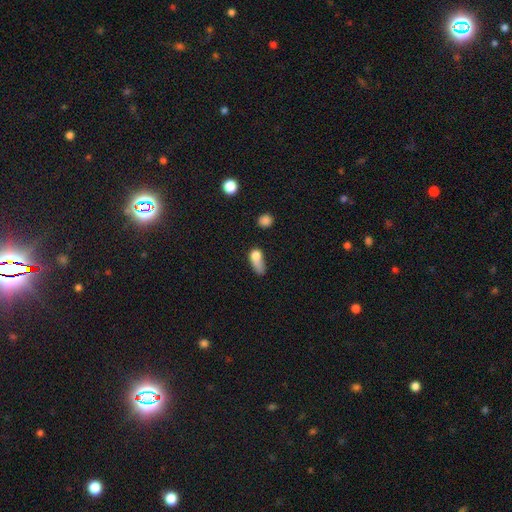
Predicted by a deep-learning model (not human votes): Q: Smooth or featured?
A: smooth (75%); runner-up: featured or disk (15%)
Q: How rounded?
A: in between (65%); runner-up: round (22%)
Q: Merging?
A: major disturbance (38%); runner-up: minor disturbance (27%)